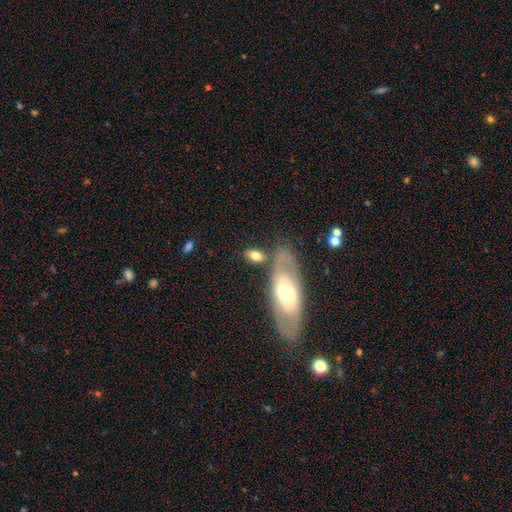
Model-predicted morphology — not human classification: Smooth or featured? Predicted: smooth (p=0.70). How rounded? Predicted: in between (p=0.83). Merging? Predicted: none (p=0.61).